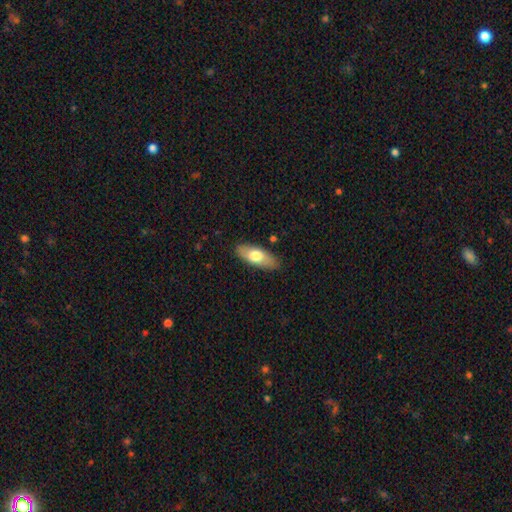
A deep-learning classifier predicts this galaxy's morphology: This appears to be a smooth galaxy with no disk features (68%) that is in between round and cigar-shaped (76%). Merging: none (86%).